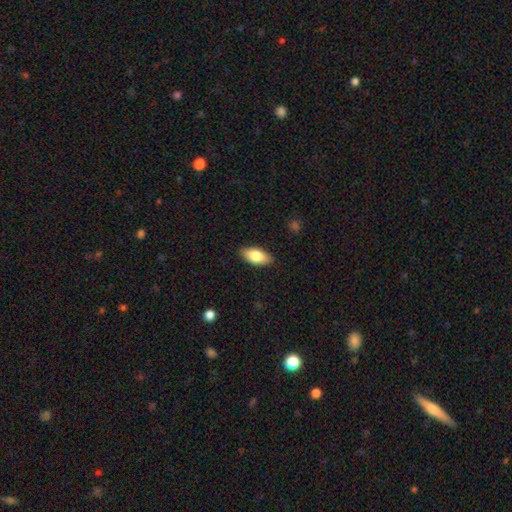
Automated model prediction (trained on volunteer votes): This appears to be a smooth galaxy with no disk features (80%) that is in between round and cigar-shaped (88%). Merging: none (88%).